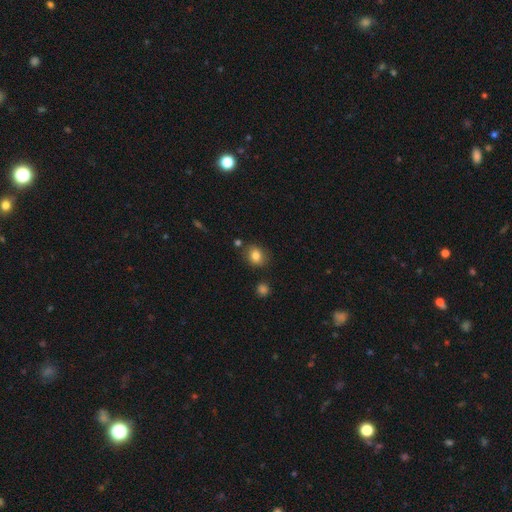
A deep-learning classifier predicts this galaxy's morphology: type=smooth (82%); roundness=round (59%); merging=none (79%).